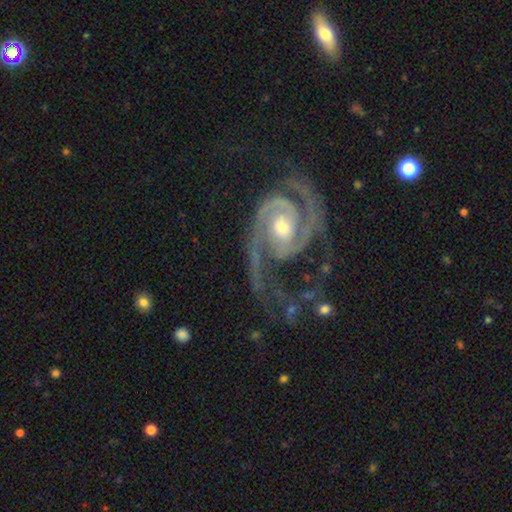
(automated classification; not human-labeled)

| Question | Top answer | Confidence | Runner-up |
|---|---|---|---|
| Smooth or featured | featured or disk | 93% | star or artifact (4%) |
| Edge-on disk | no | 98% | yes (2%) |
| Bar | no | 55% | weak (30%) |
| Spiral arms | yes | 98% | no (2%) |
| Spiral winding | tight | 46% | medium (44%) |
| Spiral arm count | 2 | 83% | 3 (7%) |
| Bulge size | moderate | 66% | small (27%) |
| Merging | none | 58% | minor disturbance (20%) |